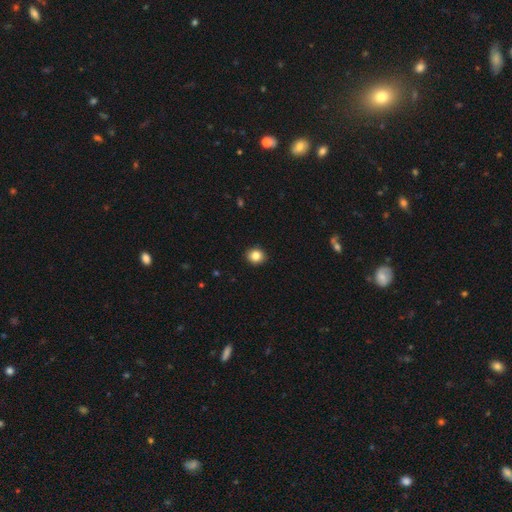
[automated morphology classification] Smooth or featured?
  - smooth: 85% *
  - star or artifact: 10%
  - featured or disk: 5%
How rounded?
  - round: 79% *
  - in between: 20%
  - cigar-shaped: 1%
Merging?
  - none: 92% *
  - minor disturbance: 6%
  - major disturbance: 1%
  - merger: 1%